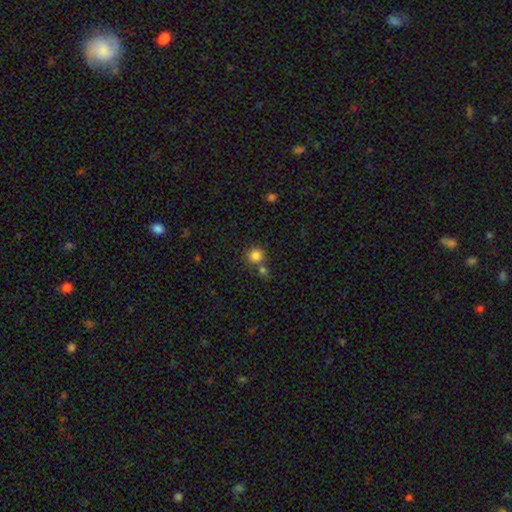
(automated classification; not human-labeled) smooth 83%, star or artifact 12%, featured or disk 5%. Down the decision tree: how rounded — round (91%); merging — none (66%).